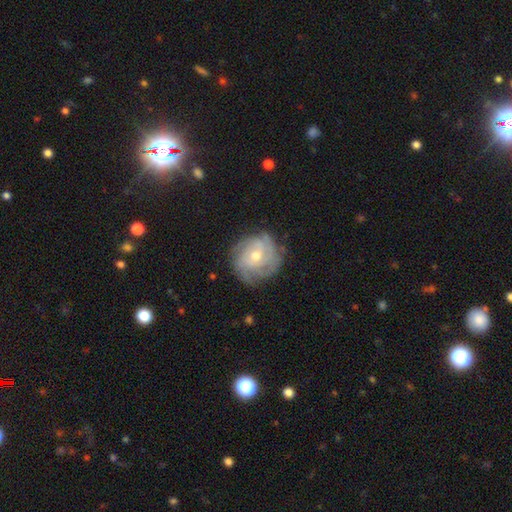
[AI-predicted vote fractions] Smooth or featured?
  - featured or disk: 78% *
  - smooth: 15%
  - star or artifact: 7%
Edge-on disk?
  - no: 97% *
  - yes: 3%
Bar?
  - no: 67% *
  - weak: 28%
  - strong: 5%
Spiral arms?
  - yes: 92% *
  - no: 8%
Spiral winding?
  - tight: 67% *
  - medium: 25%
  - loose: 7%
Spiral arm count?
  - can't tell: 40% *
  - 3: 21%
  - 2: 14%
  - 4: 14%
  - more than 4: 6%
  - 1: 6%
Bulge size?
  - moderate: 61% *
  - small: 34%
  - large: 2%
  - none: 1%
  - dominant: 1%
Merging?
  - none: 74% *
  - minor disturbance: 18%
  - major disturbance: 6%
  - merger: 1%